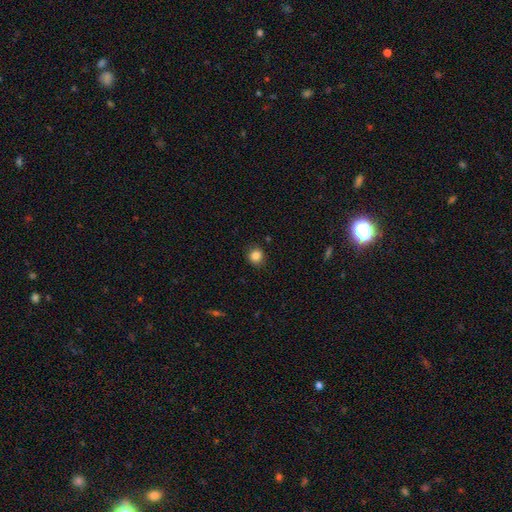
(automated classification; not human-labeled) Morphology: type=smooth (85%); roundness=round (88%); merging=none (88%).